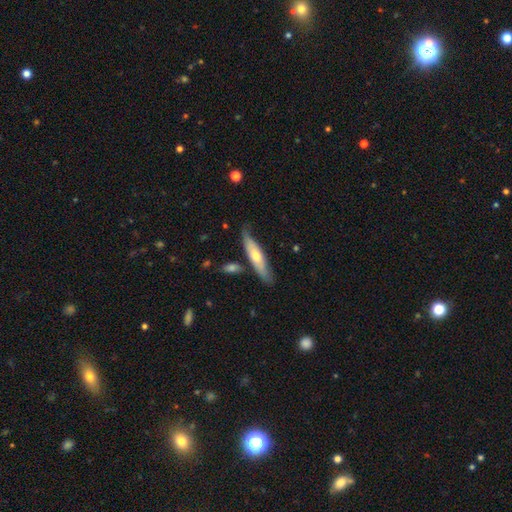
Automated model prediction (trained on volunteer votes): Morphology: type=smooth (51%); roundness=cigar-shaped (76%); merging=none (73%).